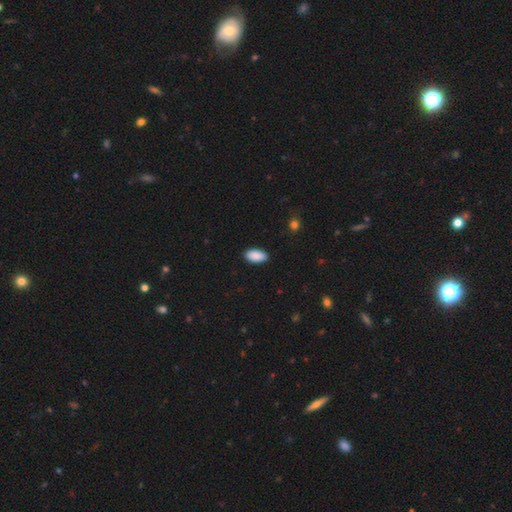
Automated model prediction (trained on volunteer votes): Q: Smooth or featured?
A: smooth (91%); runner-up: star or artifact (6%)
Q: How rounded?
A: in between (95%); runner-up: cigar-shaped (3%)
Q: Merging?
A: none (89%); runner-up: minor disturbance (8%)